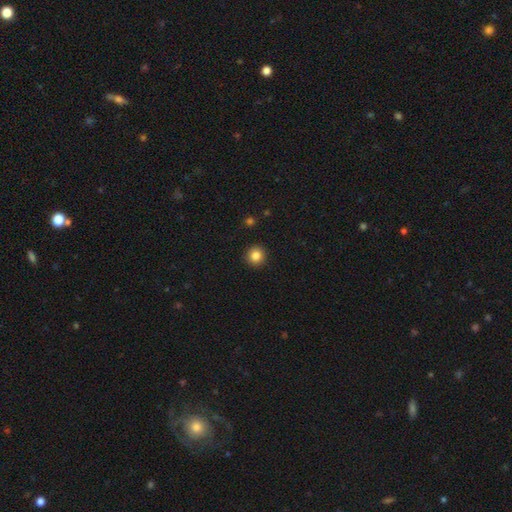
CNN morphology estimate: This is clearly a smooth galaxy (84%). How rounded: clearly round (94%). Merging: clearly none (93%).